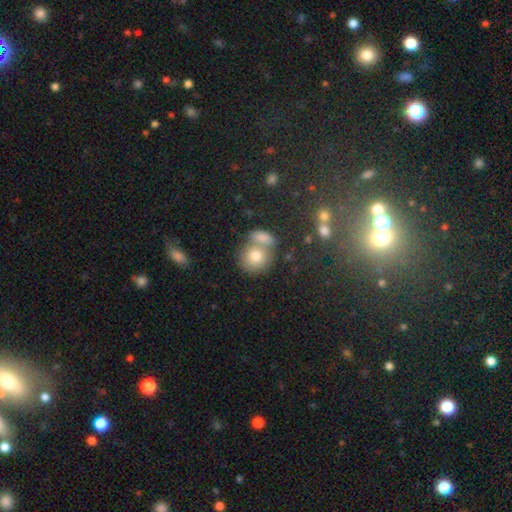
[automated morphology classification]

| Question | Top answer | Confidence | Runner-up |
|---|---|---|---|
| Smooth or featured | smooth | 77% | featured or disk (14%) |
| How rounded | round | 73% | in between (26%) |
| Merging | merger | 43% | none (42%) |